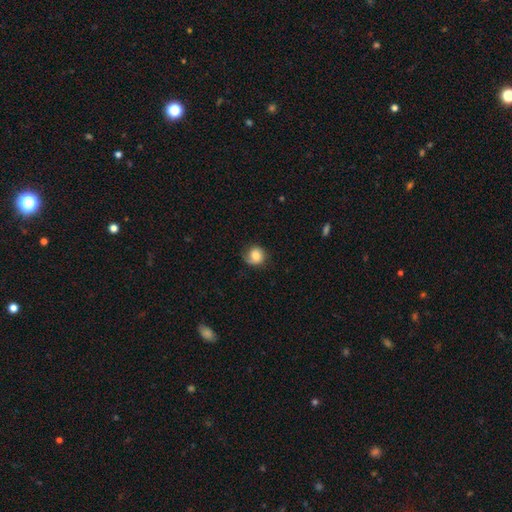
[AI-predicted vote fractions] smooth 68%, featured or disk 24%, star or artifact 8%. Down the decision tree: how rounded — round (82%); merging — none (62%).